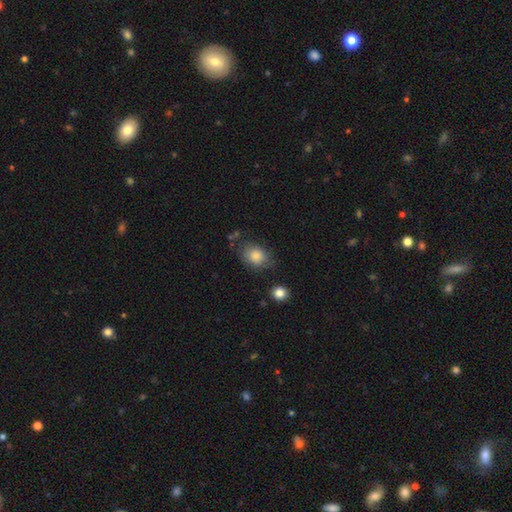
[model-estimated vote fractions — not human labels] A smooth galaxy with no disk features (82%) that is in between round and cigar-shaped (63%).

Vote fractions:
- Smooth or featured? smooth: 82% / featured or disk: 9% / star or artifact: 8%
- How rounded? in between: 63% / round: 36% / cigar-shaped: 1%
- Merging? none: 66% / minor disturbance: 23% / major disturbance: 7% / merger: 4%